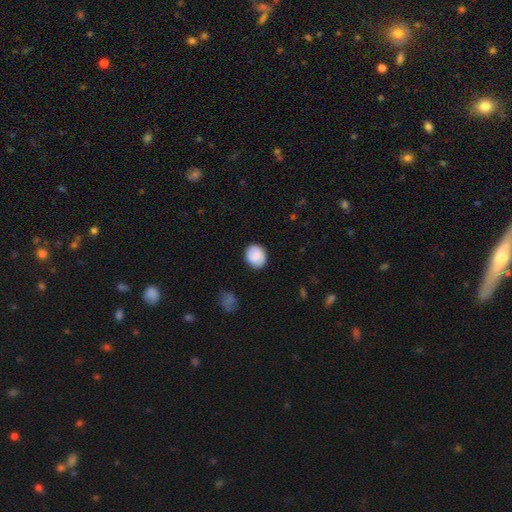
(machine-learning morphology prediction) smooth_or_featured: smooth (p=0.85) [alt: featured or disk p=0.08]
how_rounded: round (p=0.55) [alt: in between p=0.44]
merging: none (p=0.86) [alt: minor disturbance p=0.11]